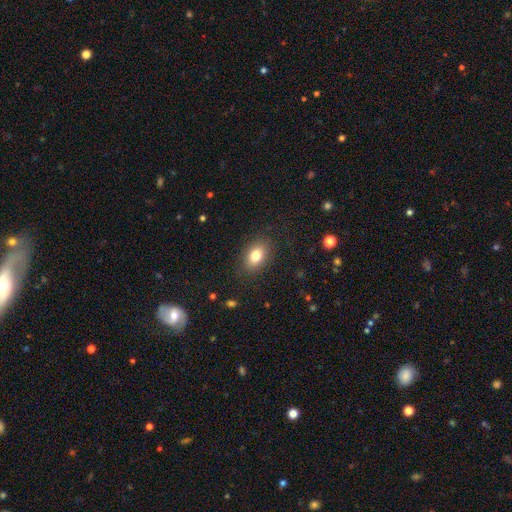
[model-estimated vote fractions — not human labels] Overall: smooth (80%). How rounded: in between (82%). Merging: none (85%).